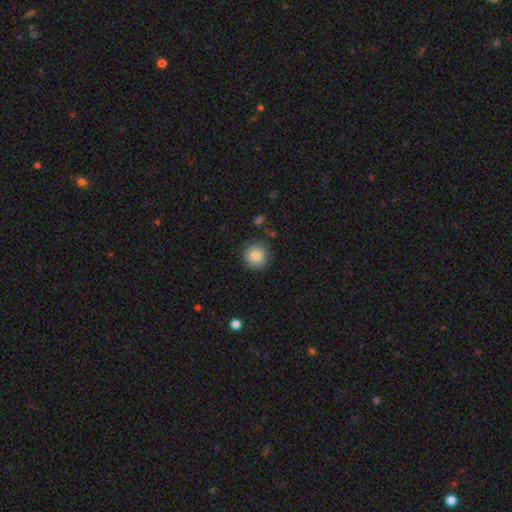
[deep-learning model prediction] Smooth or featured?
  - smooth: 83% *
  - star or artifact: 9%
  - featured or disk: 8%
How rounded?
  - round: 94% *
  - in between: 5%
  - cigar-shaped: 1%
Merging?
  - none: 87% *
  - minor disturbance: 9%
  - major disturbance: 2%
  - merger: 2%